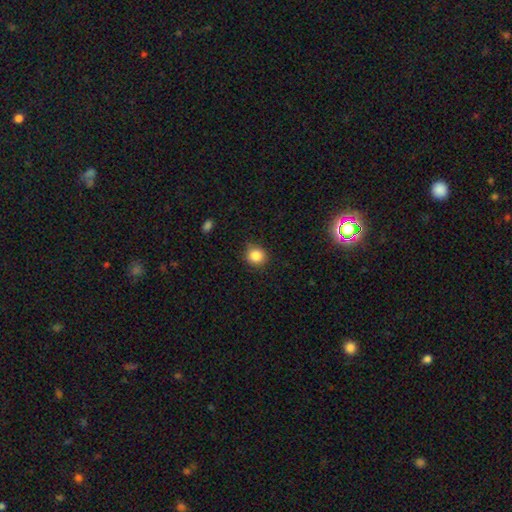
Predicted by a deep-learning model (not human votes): smooth_or_featured: smooth (p=0.85) [alt: star or artifact p=0.10]
how_rounded: round (p=0.86) [alt: in between p=0.13]
merging: none (p=0.84) [alt: minor disturbance p=0.12]